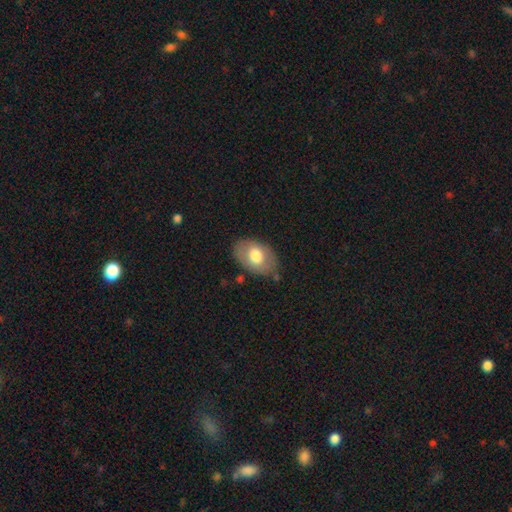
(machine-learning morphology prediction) This is likely a smooth galaxy (68%). How rounded: clearly in between (88%). Merging: likely none (78%).